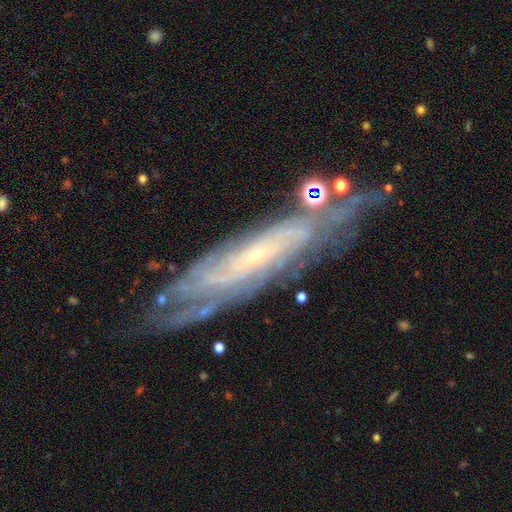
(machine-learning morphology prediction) smooth_or_featured: featured or disk (p=0.82) [alt: smooth p=0.10]
disk_edge_on: no (p=0.74) [alt: yes p=0.26]
bar: no (p=0.62) [alt: weak p=0.26]
has_spiral_arms: yes (p=0.93) [alt: no p=0.07]
spiral_winding: tight (p=0.73) [alt: medium p=0.22]
spiral_arm_count: can't tell (p=0.53) [alt: 2 p=0.12]
bulge_size: small (p=0.84) [alt: moderate p=0.10]
merging: none (p=0.72) [alt: minor disturbance p=0.18]